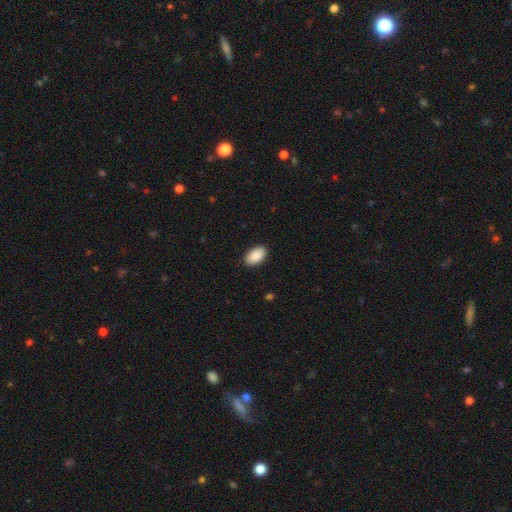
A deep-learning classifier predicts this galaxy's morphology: smooth 90%, star or artifact 6%, featured or disk 4%. Down the decision tree: how rounded — in between (94%); merging — none (90%).